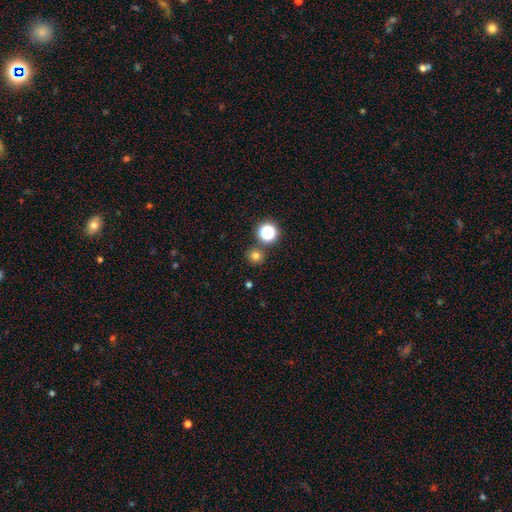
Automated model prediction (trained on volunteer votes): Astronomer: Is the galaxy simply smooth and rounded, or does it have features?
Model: smooth — 75%.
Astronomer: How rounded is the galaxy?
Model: round — 93%.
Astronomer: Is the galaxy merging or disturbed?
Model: none — 83%.